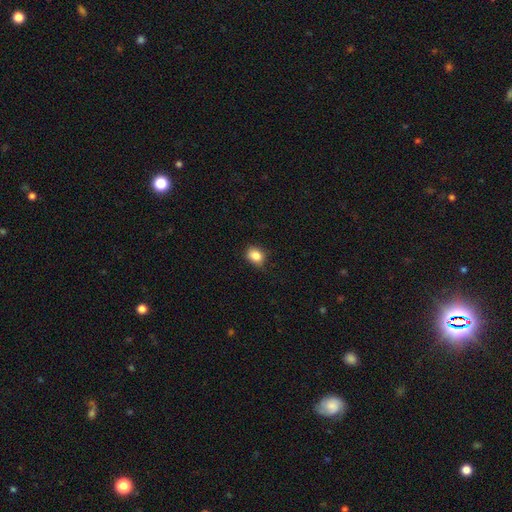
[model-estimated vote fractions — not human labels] smooth-or-featured: smooth: 85% | star or artifact: 10% | featured or disk: 5%
  how-rounded: in between: 51% | round: 48% | cigar-shaped: 1%
  merging: none: 80% | minor disturbance: 16% | major disturbance: 3% | merger: 1%